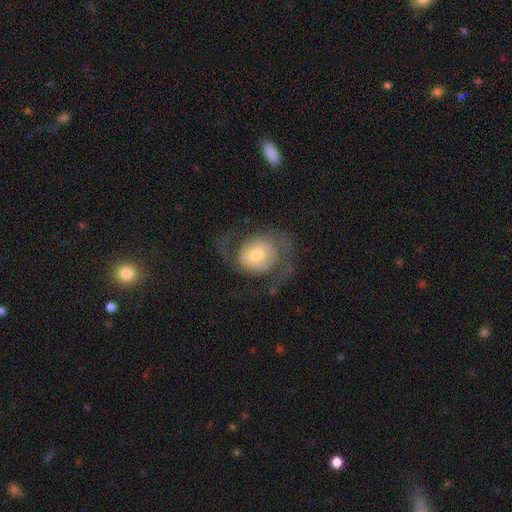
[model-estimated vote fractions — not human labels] Smooth or featured? featured or disk (72%)
Edge-on disk? no (97%)
Bar? no (66%)
Spiral arms? yes (87%)
Spiral winding? medium (45%)
Spiral arm count? 2 (80%)
Bulge size? moderate (58%)
Merging? none (59%)